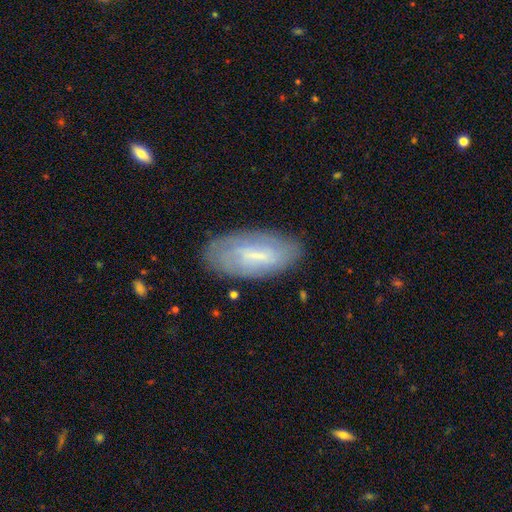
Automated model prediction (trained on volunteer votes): Overall: smooth (52%; featured or disk 41%). How rounded: in between (86%). Merging: none (77%).